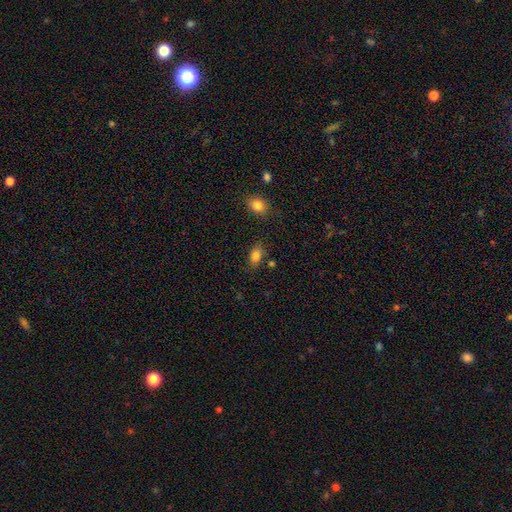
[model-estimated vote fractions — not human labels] This is clearly a smooth galaxy (83%). How rounded: clearly in between (86%). Merging: likely none (77%).